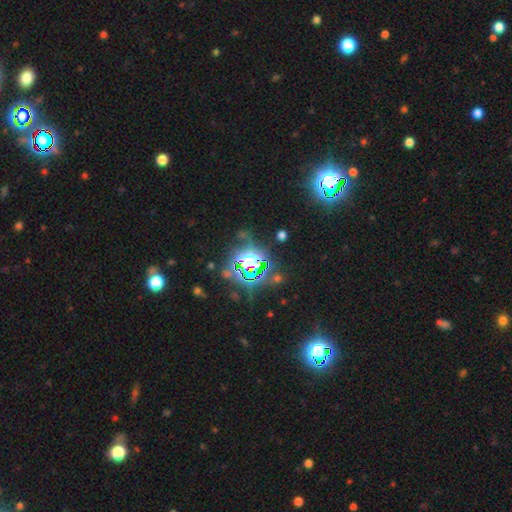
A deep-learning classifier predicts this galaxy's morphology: Smooth or featured? Predicted: star or artifact (p=0.77).